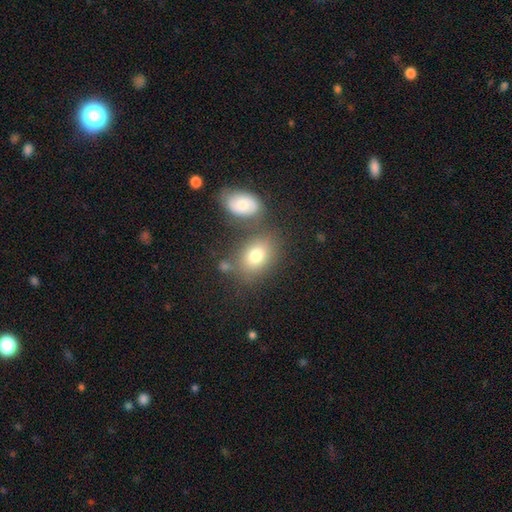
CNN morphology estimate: Smooth or featured?
  - smooth: 76% *
  - featured or disk: 13%
  - star or artifact: 10%
How rounded?
  - in between: 65% *
  - round: 33%
  - cigar-shaped: 1%
Merging?
  - none: 65% *
  - merger: 16%
  - minor disturbance: 13%
  - major disturbance: 5%